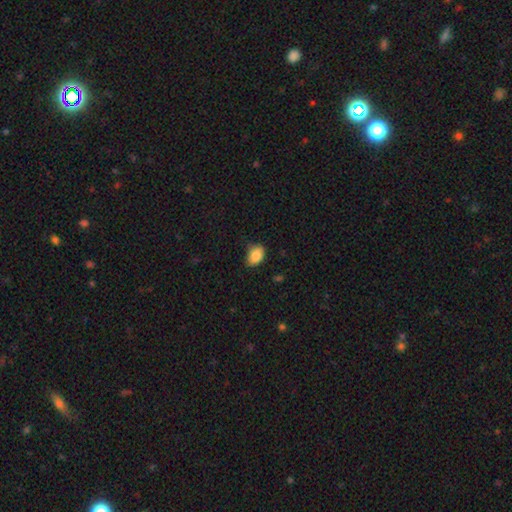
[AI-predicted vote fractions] The model was most divided on "merging": none: 63%, minor disturbance: 30%, major disturbance: 5%, merger: 2%. More confident: smooth or featured — smooth (84%); how rounded — in between (78%).